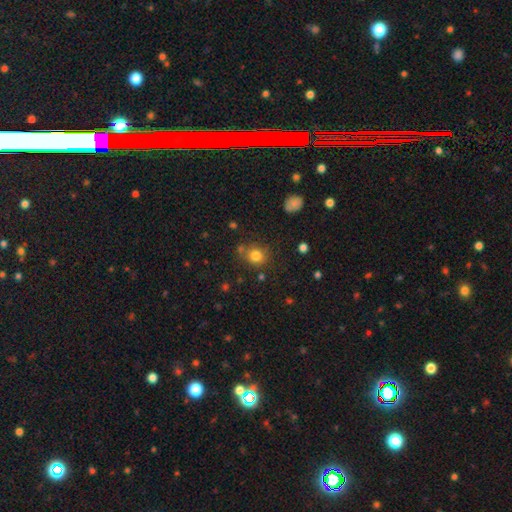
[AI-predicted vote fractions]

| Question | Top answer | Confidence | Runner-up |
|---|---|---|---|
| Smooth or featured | smooth | 80% | star or artifact (13%) |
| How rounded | round | 82% | in between (17%) |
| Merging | none | 73% | minor disturbance (13%) |